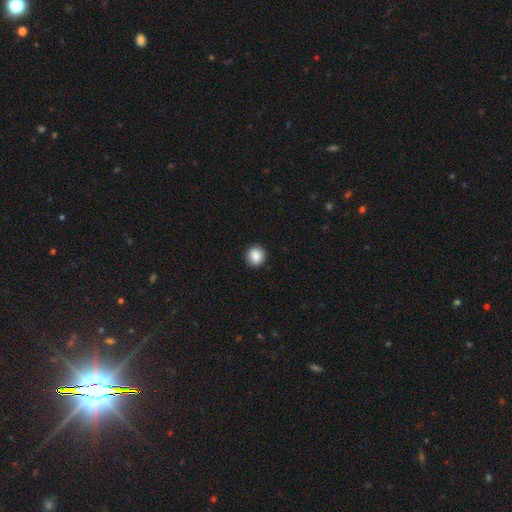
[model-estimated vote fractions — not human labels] A smooth galaxy with no disk features (87%) that is round (88%).

Vote fractions:
- Smooth or featured? smooth: 87% / star or artifact: 8% / featured or disk: 5%
- How rounded? round: 88% / in between: 11% / cigar-shaped: 1%
- Merging? none: 90% / minor disturbance: 7% / major disturbance: 2% / merger: 1%